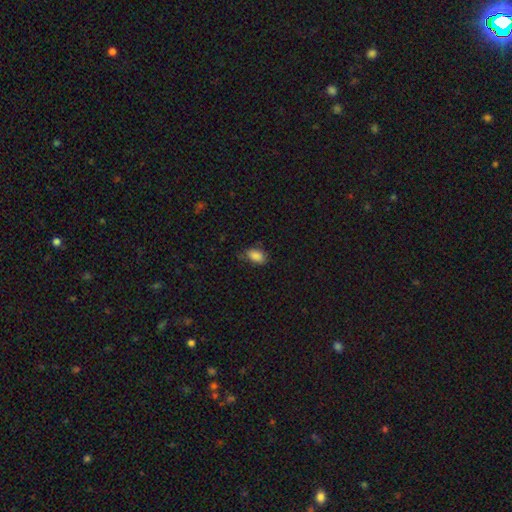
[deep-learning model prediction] A smooth galaxy with no disk features (87%) that is in between round and cigar-shaped (91%).

Vote fractions:
- Smooth or featured? smooth: 87% / star or artifact: 8% / featured or disk: 5%
- How rounded? in between: 91% / round: 7% / cigar-shaped: 2%
- Merging? none: 70% / minor disturbance: 23% / major disturbance: 5% / merger: 1%